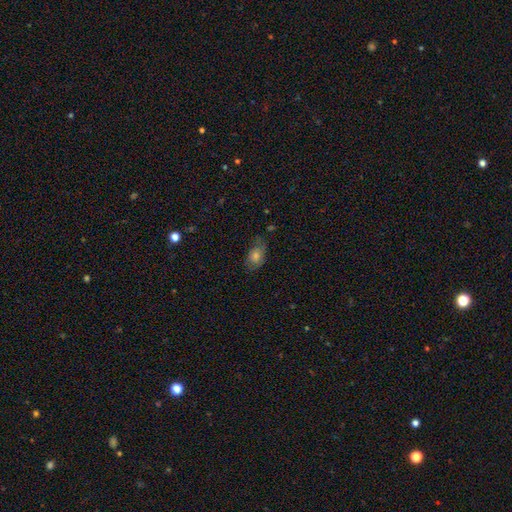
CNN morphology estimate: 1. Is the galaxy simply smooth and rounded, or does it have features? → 57% smooth, 25% featured or disk, 18% star or artifact.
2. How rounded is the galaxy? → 77% in between, 20% round, 3% cigar-shaped.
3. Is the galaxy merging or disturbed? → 65% none, 24% minor disturbance, 9% major disturbance, 2% merger.